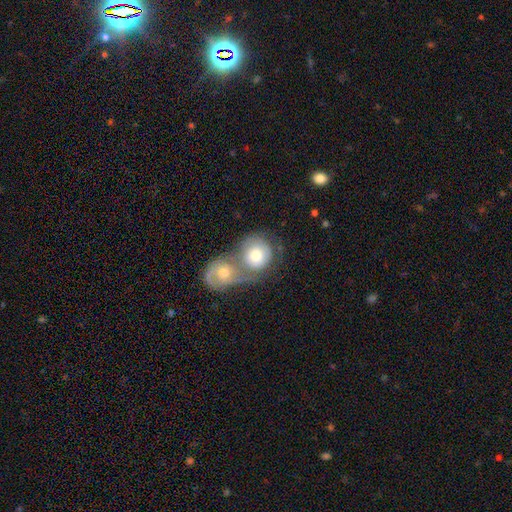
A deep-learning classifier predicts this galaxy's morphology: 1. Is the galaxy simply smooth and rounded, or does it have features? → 61% smooth, 33% featured or disk, 6% star or artifact.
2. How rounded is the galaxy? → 81% round, 18% in between, 1% cigar-shaped.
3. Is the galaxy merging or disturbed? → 71% merger, 17% none, 7% minor disturbance, 5% major disturbance.